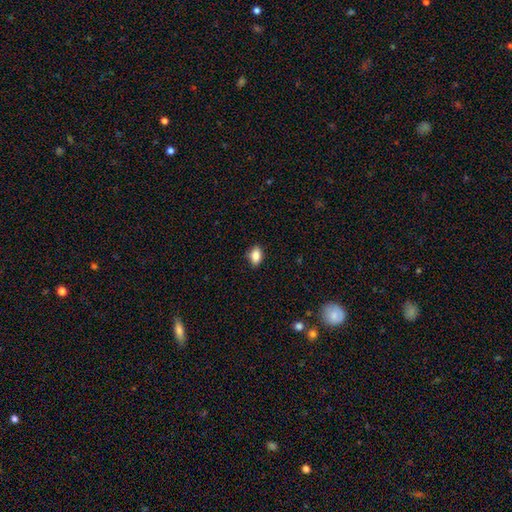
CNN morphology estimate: Smooth or featured? Predicted: smooth (p=0.85). How rounded? Predicted: in between (p=0.84). Merging? Predicted: none (p=0.84).